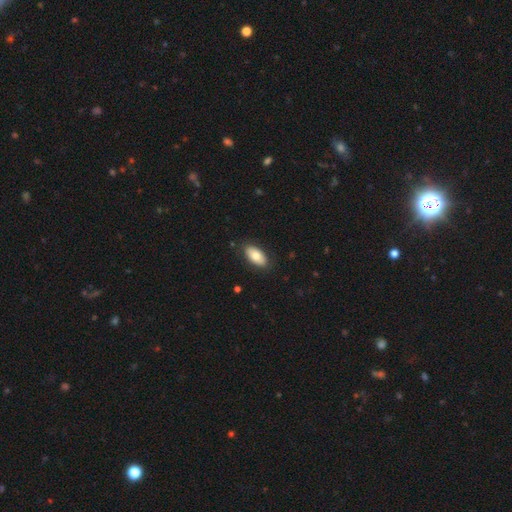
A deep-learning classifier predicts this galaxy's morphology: The model was most divided on "smooth or featured": smooth: 79%, featured or disk: 15%, star or artifact: 6%. More confident: how rounded — in between (93%); merging — none (86%).